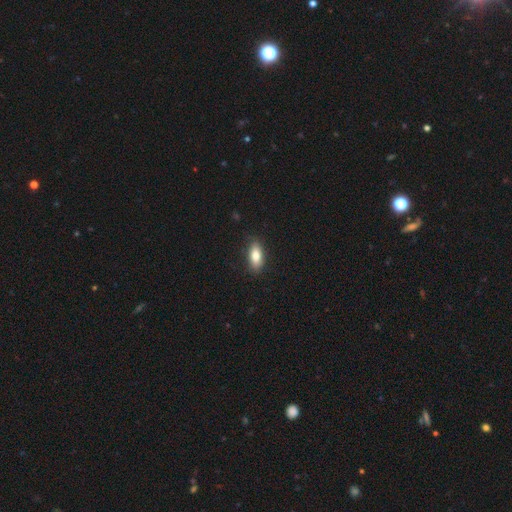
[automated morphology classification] smooth_or_featured: smooth (p=0.82) [alt: featured or disk p=0.11]
how_rounded: in between (p=0.86) [alt: cigar-shaped p=0.10]
merging: none (p=0.84) [alt: minor disturbance p=0.12]